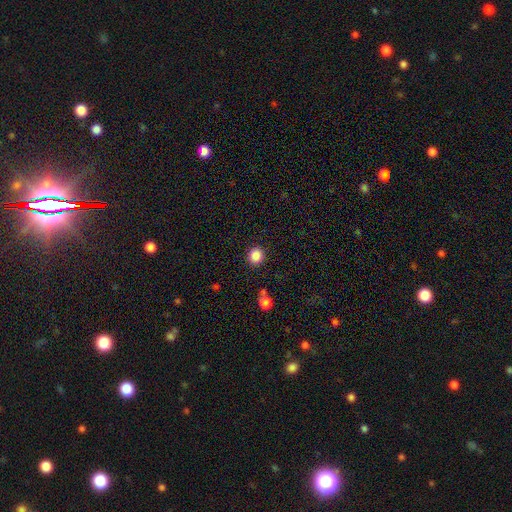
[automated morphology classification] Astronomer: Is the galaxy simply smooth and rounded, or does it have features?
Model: smooth — 87%.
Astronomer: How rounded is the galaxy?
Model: round — 84%.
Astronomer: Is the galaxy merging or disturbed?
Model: none — 89%.